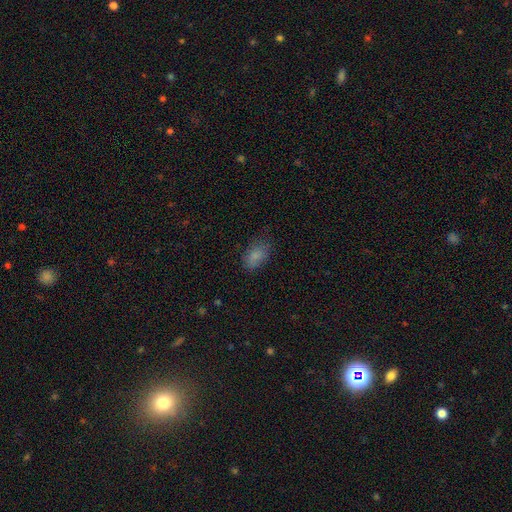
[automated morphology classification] Q: Smooth or featured?
A: smooth (83%); runner-up: star or artifact (10%)
Q: How rounded?
A: in between (89%); runner-up: round (9%)
Q: Merging?
A: none (72%); runner-up: minor disturbance (21%)